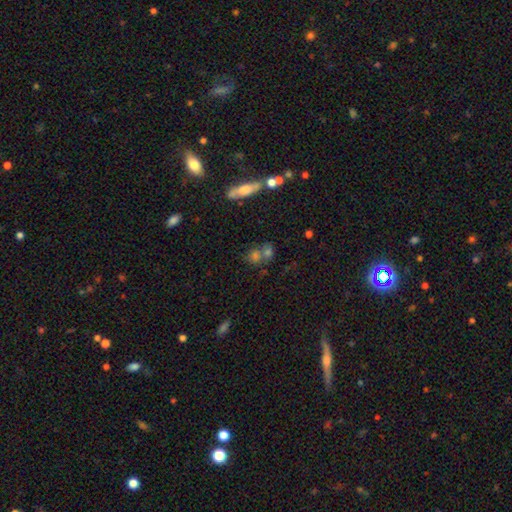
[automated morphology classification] Smooth or featured? smooth (59%)
How rounded? round (68%)
Merging? none (44%)